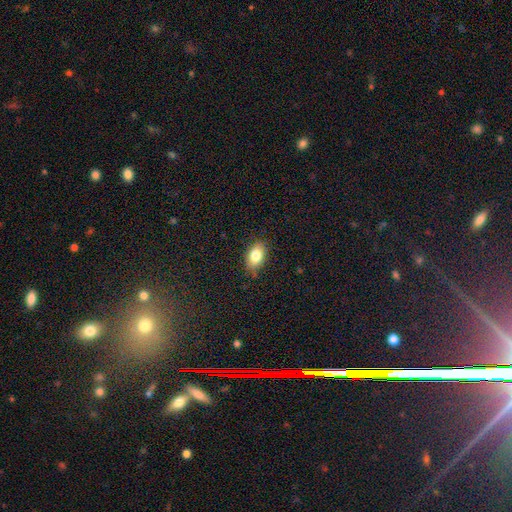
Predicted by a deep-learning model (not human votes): A smooth galaxy with no disk features (82%) that is in between round and cigar-shaped (86%).

Vote fractions:
- Smooth or featured? smooth: 82% / featured or disk: 10% / star or artifact: 9%
- How rounded? in between: 86% / round: 12% / cigar-shaped: 2%
- Merging? none: 82% / minor disturbance: 14% / major disturbance: 3% / merger: 1%